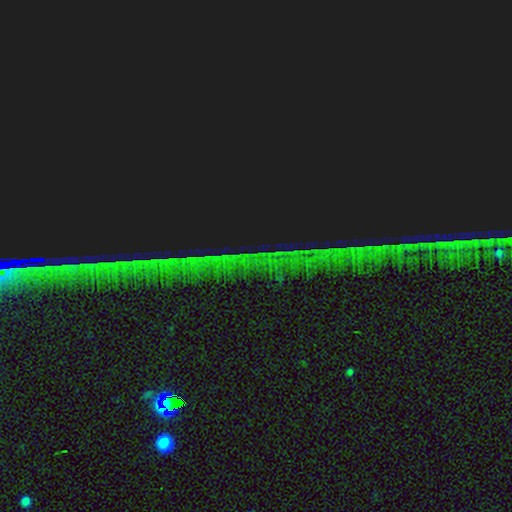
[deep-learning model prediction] Morphology: type=star or artifact (87%).